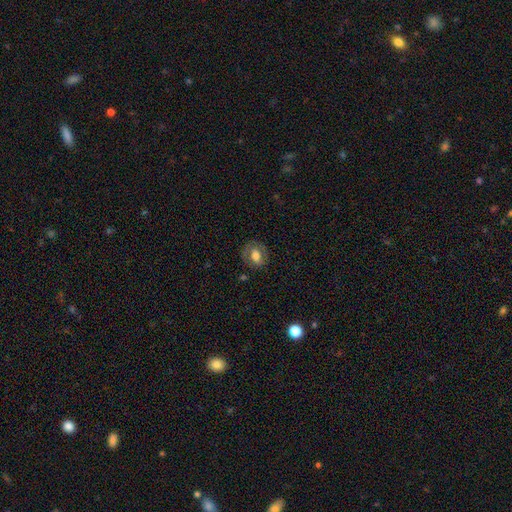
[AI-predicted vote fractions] Morphology: type=smooth (56%); roundness=in between (52%); merging=none (75%).